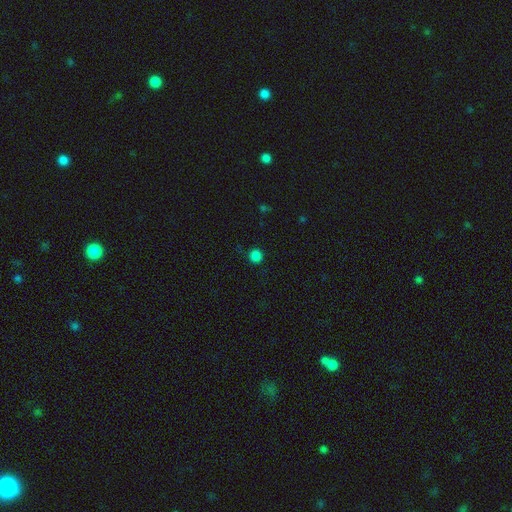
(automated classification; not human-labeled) smooth 83%, star or artifact 14%, featured or disk 3%. Down the decision tree: how rounded — round (94%); merging — none (88%).